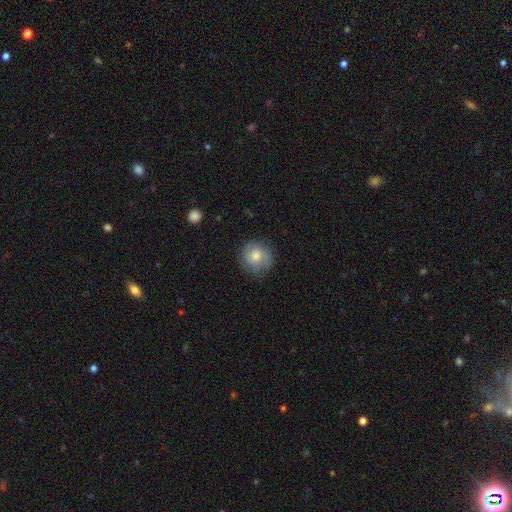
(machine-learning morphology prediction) smooth 62%, featured or disk 30%, star or artifact 9%. Down the decision tree: how rounded — round (89%); merging — none (74%).